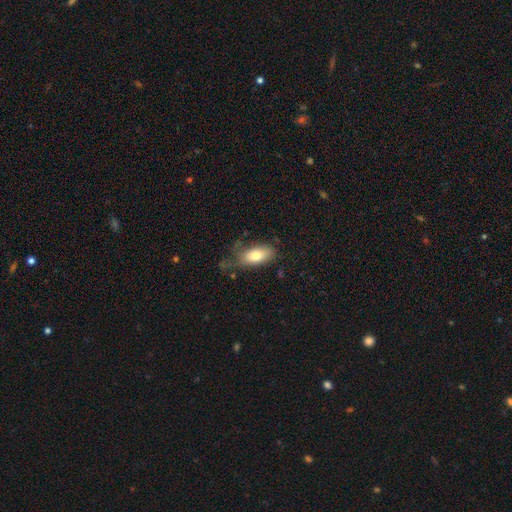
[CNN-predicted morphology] smooth_or_featured: smooth (p=0.76) [alt: featured or disk p=0.16]
how_rounded: in between (p=0.88) [alt: cigar-shaped p=0.08]
merging: none (p=0.57) [alt: minor disturbance p=0.27]